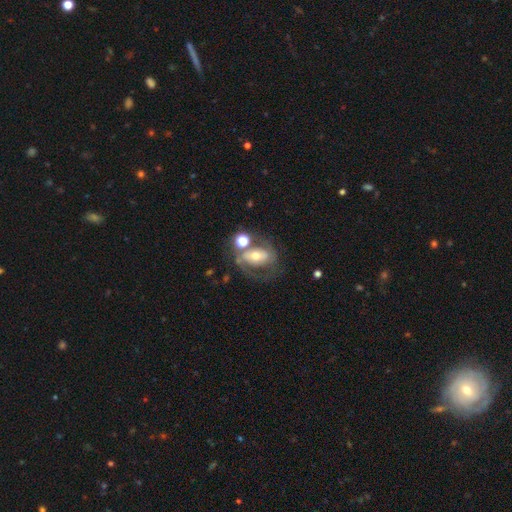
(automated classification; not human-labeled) Q: Smooth or featured?
A: featured or disk (65%); runner-up: smooth (25%)
Q: Edge-on disk?
A: no (95%); runner-up: yes (5%)
Q: Bar?
A: no (40%); runner-up: strong (31%)
Q: Spiral arms?
A: yes (67%); runner-up: no (33%)
Q: Bulge size?
A: moderate (58%); runner-up: small (31%)
Q: Merging?
A: none (45%); runner-up: merger (21%)